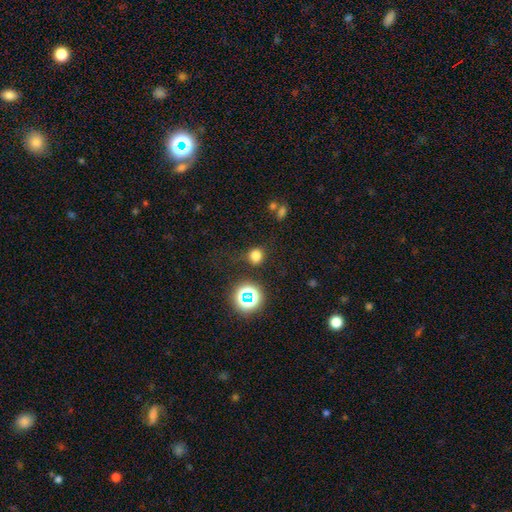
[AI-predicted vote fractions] Overall: smooth (74%). How rounded: round (85%). Merging: none (79%).